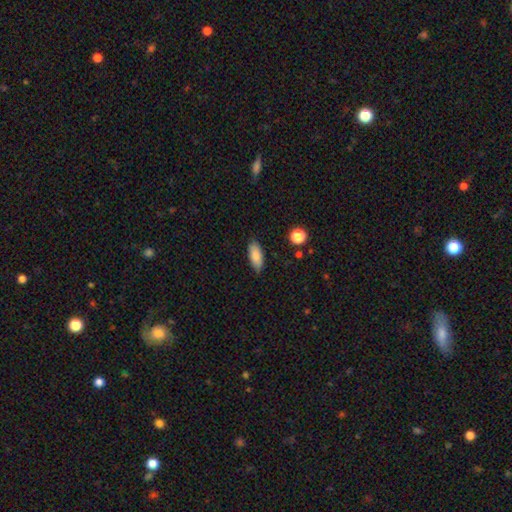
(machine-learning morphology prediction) type=smooth (85%); roundness=in between (82%); merging=none (85%).